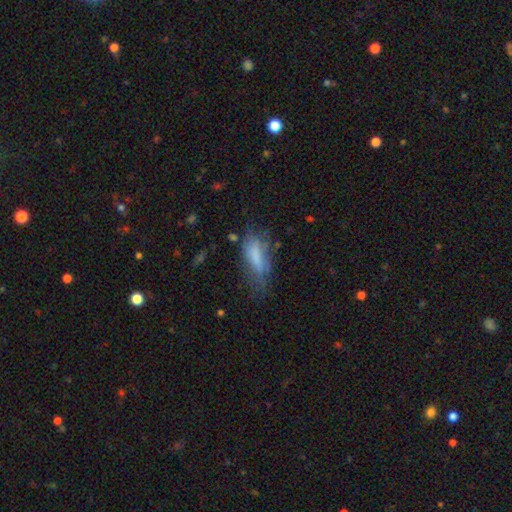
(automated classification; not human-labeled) This appears to be a smooth galaxy with no disk features (67%) that is in between round and cigar-shaped (71%). Merging: none (39%).